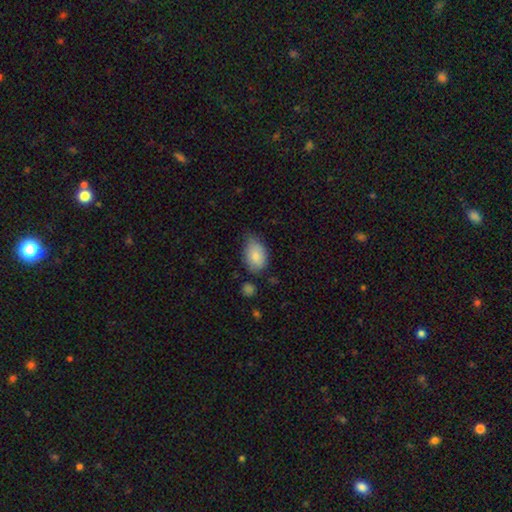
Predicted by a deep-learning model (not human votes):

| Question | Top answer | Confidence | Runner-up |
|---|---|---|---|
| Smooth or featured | smooth | 82% | featured or disk (11%) |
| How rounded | in between | 85% | round (14%) |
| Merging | none | 53% | minor disturbance (36%) |